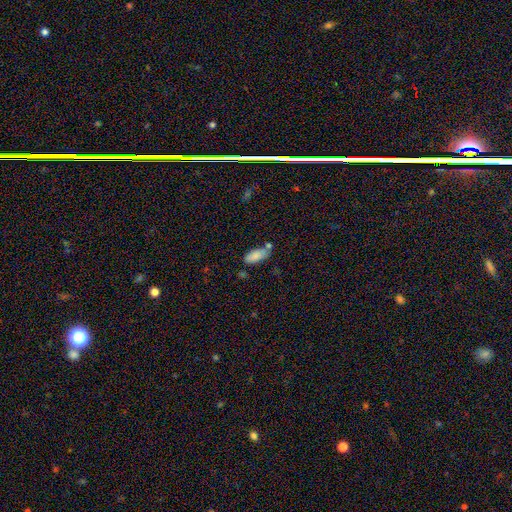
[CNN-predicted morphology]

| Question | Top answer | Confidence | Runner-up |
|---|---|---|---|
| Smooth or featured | smooth | 83% | featured or disk (9%) |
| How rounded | in between | 83% | cigar-shaped (14%) |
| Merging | none | 58% | minor disturbance (21%) |